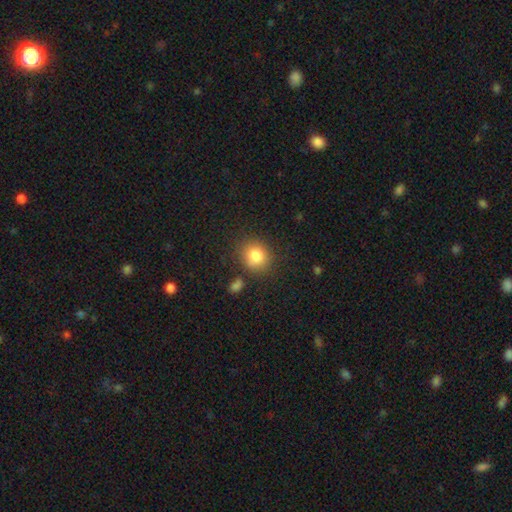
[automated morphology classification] Smooth or featured?
  - smooth: 83% *
  - star or artifact: 11%
  - featured or disk: 7%
How rounded?
  - round: 81% *
  - in between: 18%
  - cigar-shaped: 1%
Merging?
  - none: 80% *
  - minor disturbance: 11%
  - merger: 5%
  - major disturbance: 4%